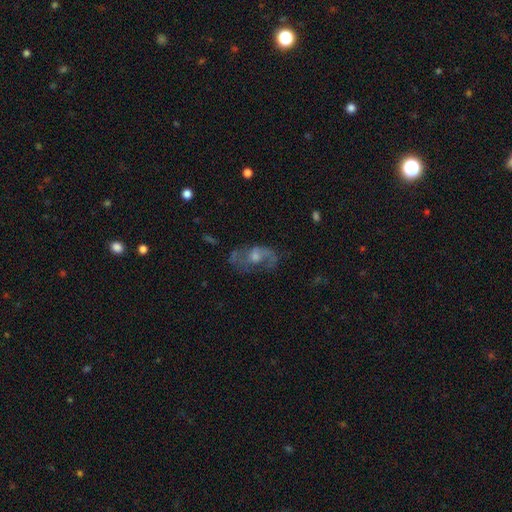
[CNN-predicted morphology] Q: Smooth or featured?
A: featured or disk (68%); runner-up: smooth (20%)
Q: Edge-on disk?
A: no (94%); runner-up: yes (6%)
Q: Bar?
A: no (66%); runner-up: weak (29%)
Q: Spiral arms?
A: yes (75%); runner-up: no (25%)
Q: Bulge size?
A: moderate (51%); runner-up: small (33%)
Q: Merging?
A: none (59%); runner-up: minor disturbance (20%)